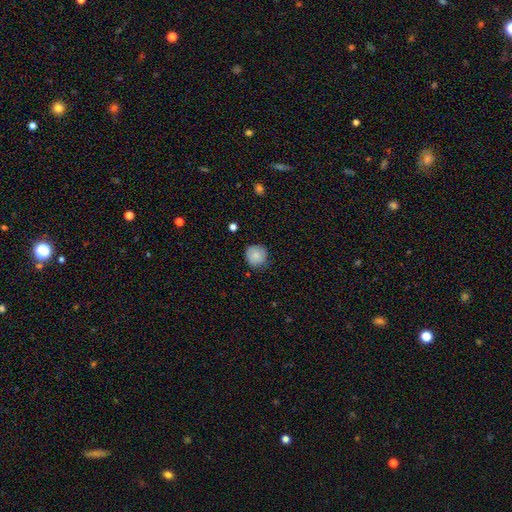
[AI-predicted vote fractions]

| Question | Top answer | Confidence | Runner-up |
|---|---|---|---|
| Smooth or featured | smooth | 83% | featured or disk (9%) |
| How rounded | round | 91% | in between (8%) |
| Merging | none | 76% | minor disturbance (19%) |